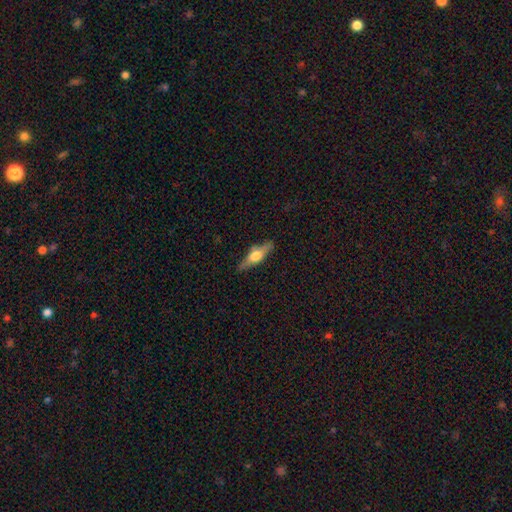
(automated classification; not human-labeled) Smooth or featured: featured or disk — 54% (smooth — 40%)
Edge-on disk: yes — 92% (no — 8%)
Merging: none — 84% (minor disturbance — 12%)